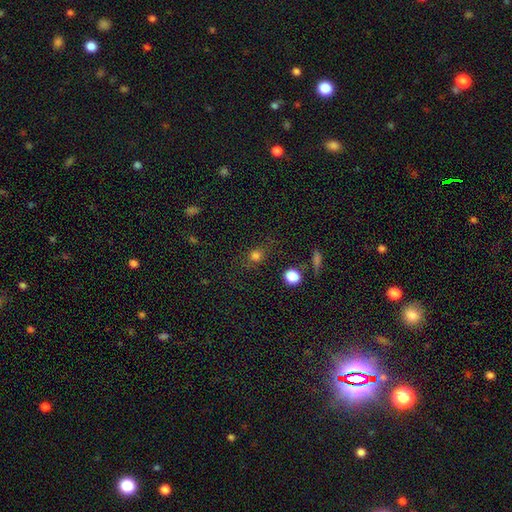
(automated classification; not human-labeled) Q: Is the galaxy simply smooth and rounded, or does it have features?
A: smooth — 74%.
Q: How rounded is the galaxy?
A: round — 78%.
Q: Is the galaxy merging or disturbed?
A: none — 72%.